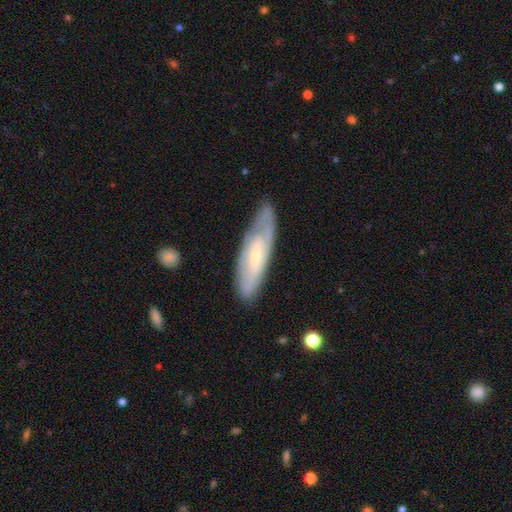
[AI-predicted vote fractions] The model was most divided on "bar": weak: 44%, no: 37%, strong: 19%. More confident: spiral arms — yes (78%); merging — none (76%); edge-on disk — no (75%); smooth or featured — featured or disk (67%); bulge size — small (64%).